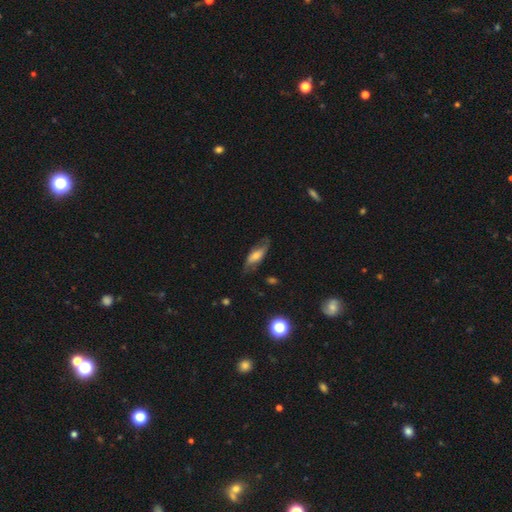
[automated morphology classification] featured or disk 46% (tied), smooth 46% (tied), star or artifact 8%. Down the decision tree: merging — none (66%).